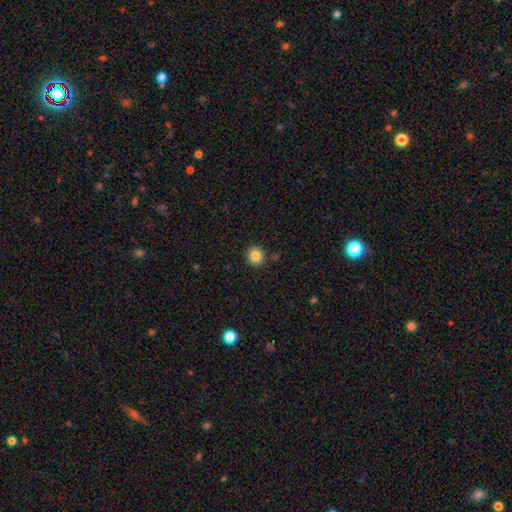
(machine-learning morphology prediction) A smooth galaxy with no disk features (85%) that is round (90%).

Vote fractions:
- Smooth or featured? smooth: 85% / star or artifact: 10% / featured or disk: 5%
- How rounded? round: 90% / in between: 9% / cigar-shaped: 1%
- Merging? none: 89% / minor disturbance: 6% / merger: 2% / major disturbance: 2%